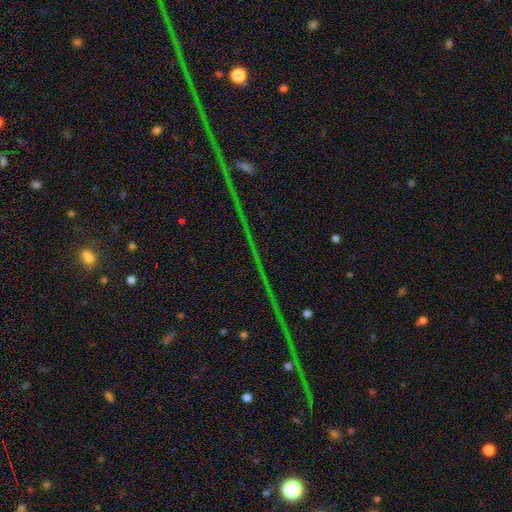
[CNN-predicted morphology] Smooth or featured? star or artifact (84%)